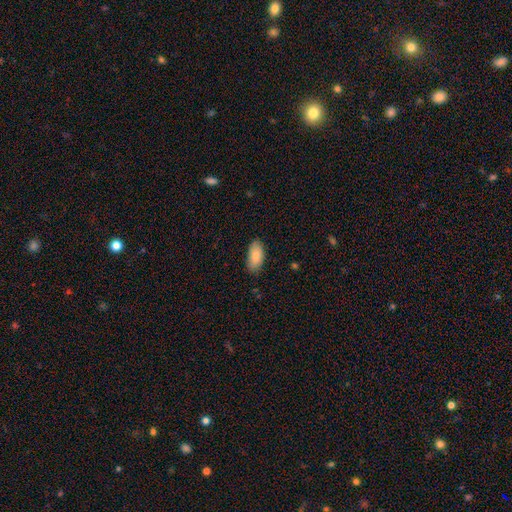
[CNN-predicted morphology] A smooth galaxy with no disk features (88%) that is in between round and cigar-shaped (92%). Merging: none (84%).